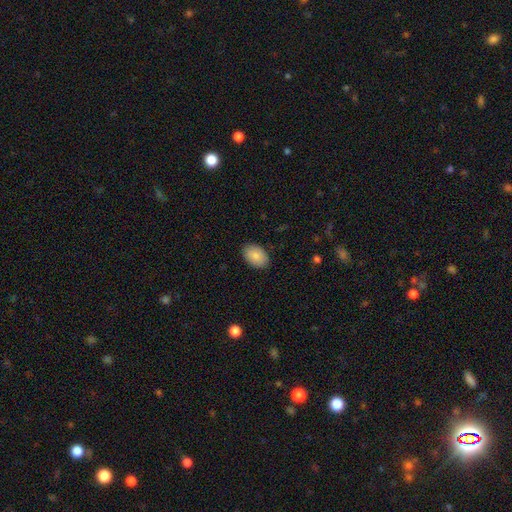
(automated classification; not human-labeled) Overall: smooth (88%). How rounded: in between (89%). Merging: none (88%).